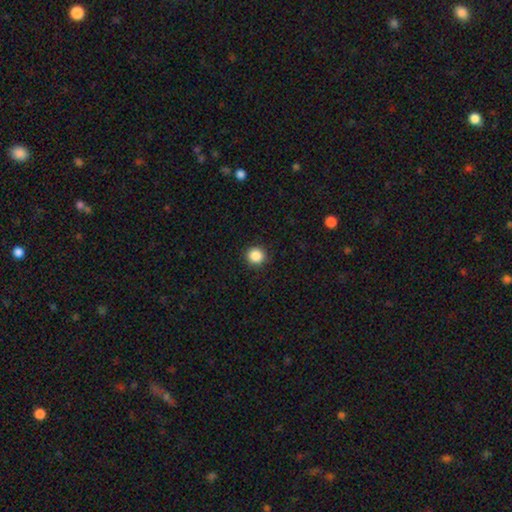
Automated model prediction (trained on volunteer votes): Smooth or featured? smooth (87%)
How rounded? round (93%)
Merging? none (91%)